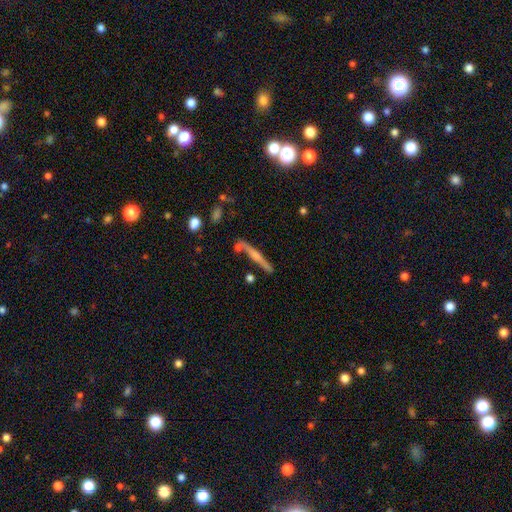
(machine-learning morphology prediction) smooth_or_featured: featured or disk (p=0.58) [alt: smooth p=0.35]
disk_edge_on: yes (p=0.96) [alt: no p=0.04]
edge_on_bulge: rounded (p=0.62) [alt: none p=0.22]
merging: none (p=0.76) [alt: minor disturbance p=0.13]